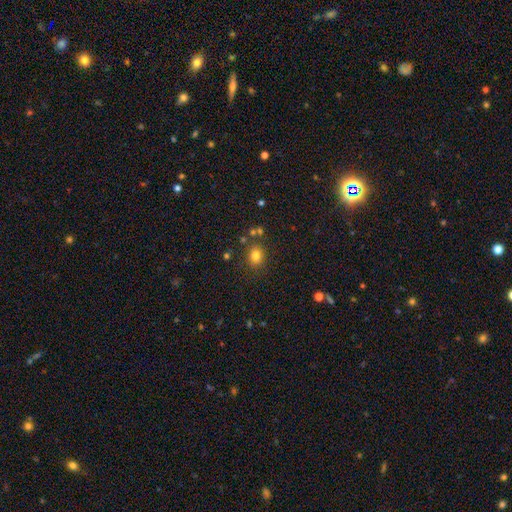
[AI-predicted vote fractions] This is likely a smooth galaxy (79%). How rounded: possibly round (59%). Merging: clearly none (81%).